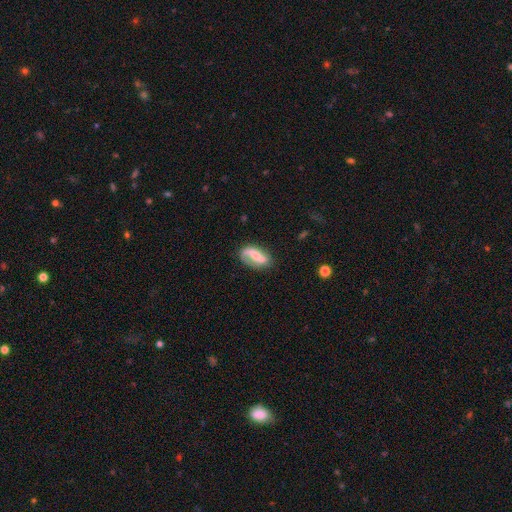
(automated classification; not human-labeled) Q: Smooth or featured?
A: featured or disk (64%); runner-up: smooth (29%)
Q: Edge-on disk?
A: no (94%); runner-up: yes (6%)
Q: Bar?
A: strong (35%); runner-up: weak (34%)
Q: Spiral arms?
A: yes (86%); runner-up: no (14%)
Q: Spiral winding?
A: loose (53%); runner-up: medium (31%)
Q: Spiral arm count?
A: 2 (68%); runner-up: 1 (23%)
Q: Bulge size?
A: small (39%); runner-up: moderate (34%)
Q: Merging?
A: none (64%); runner-up: minor disturbance (22%)